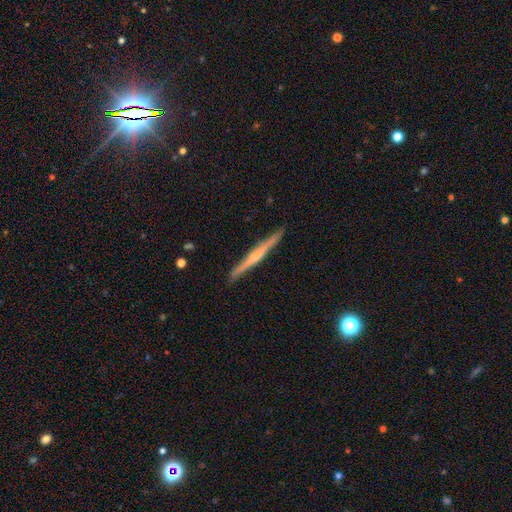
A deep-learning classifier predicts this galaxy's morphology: A featured or disk galaxy (68%) viewed edge-on (98%) with a rounded central bulge (61%).

Vote fractions:
- Smooth or featured? featured or disk: 68% / smooth: 26% / star or artifact: 6%
- Edge-on disk? yes: 98% / no: 2%
- Edge-on bulge? rounded: 61% / none: 31% / boxy: 8%
- Merging? none: 91% / minor disturbance: 7% / major disturbance: 1% / merger: 1%